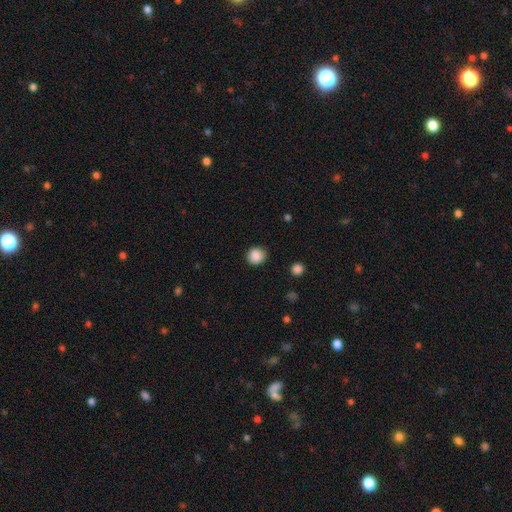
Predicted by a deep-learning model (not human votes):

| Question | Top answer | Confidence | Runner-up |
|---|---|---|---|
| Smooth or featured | smooth | 88% | star or artifact (9%) |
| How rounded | round | 88% | in between (11%) |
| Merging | none | 88% | minor disturbance (8%) |